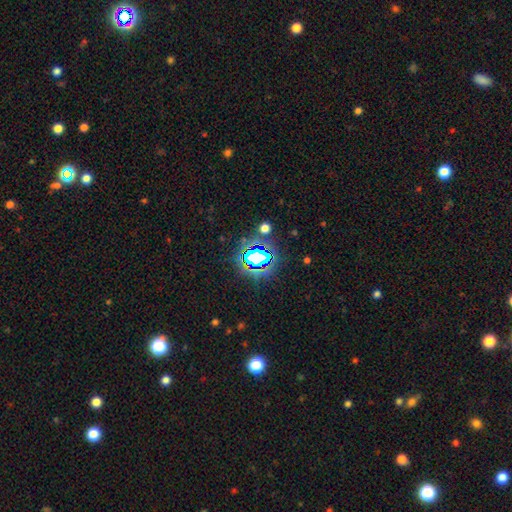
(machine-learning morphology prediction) A star or artifact, not a galaxy (65%).